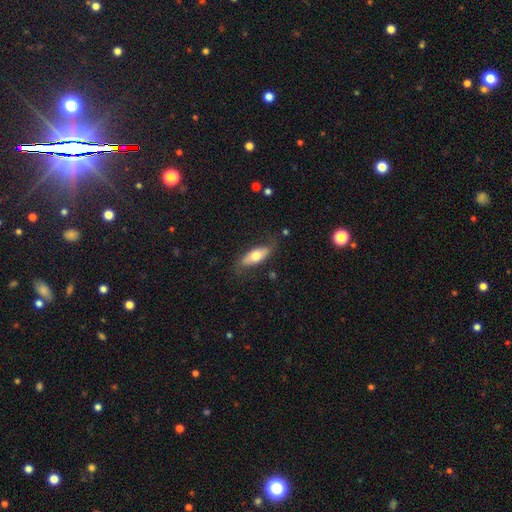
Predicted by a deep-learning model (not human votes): Overall: smooth (57%; featured or disk 37%). How rounded: in between (71%). Merging: none (73%).